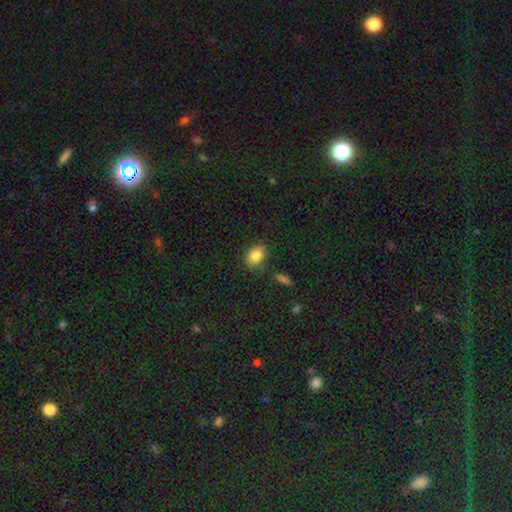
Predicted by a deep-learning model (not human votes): Smooth or featured?
  - smooth: 84% *
  - star or artifact: 10%
  - featured or disk: 6%
How rounded?
  - in between: 55% *
  - round: 44%
  - cigar-shaped: 1%
Merging?
  - none: 76% *
  - minor disturbance: 15%
  - merger: 5%
  - major disturbance: 4%